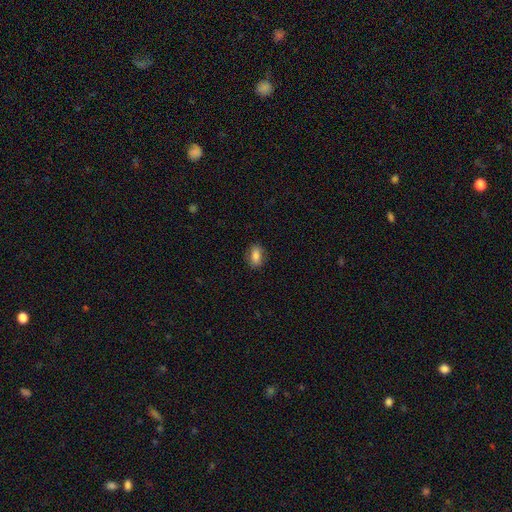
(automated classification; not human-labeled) A smooth galaxy with no disk features (81%) that is in between round and cigar-shaped (81%).

Vote fractions:
- Smooth or featured? smooth: 81% / featured or disk: 10% / star or artifact: 9%
- How rounded? in between: 81% / round: 15% / cigar-shaped: 4%
- Merging? none: 85% / minor disturbance: 12% / major disturbance: 3% / merger: 1%